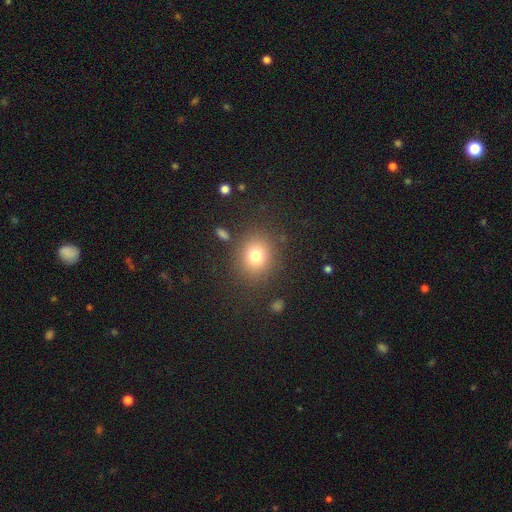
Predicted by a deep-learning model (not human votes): This appears to be a smooth galaxy with no disk features (77%) that is round (70%). Merging: none (83%).